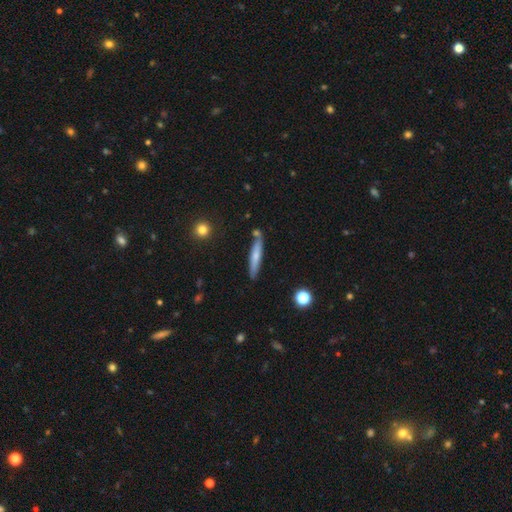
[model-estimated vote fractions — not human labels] A smooth galaxy with no disk features (60%) that is cigar-shaped (91%). Merging: none (77%).